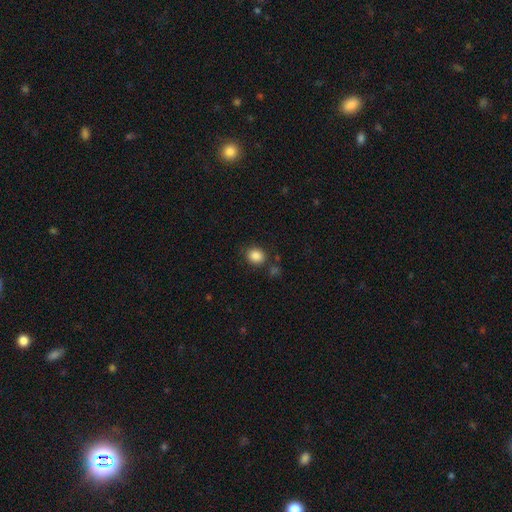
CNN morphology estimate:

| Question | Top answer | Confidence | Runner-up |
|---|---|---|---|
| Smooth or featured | smooth | 86% | star or artifact (10%) |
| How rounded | round | 66% | in between (33%) |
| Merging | none | 80% | minor disturbance (11%) |